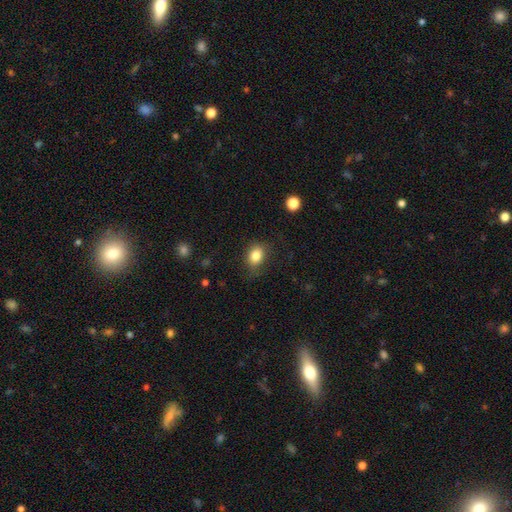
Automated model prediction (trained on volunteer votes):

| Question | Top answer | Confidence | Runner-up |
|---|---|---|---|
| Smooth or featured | smooth | 83% | star or artifact (10%) |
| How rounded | in between | 66% | round (33%) |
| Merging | none | 74% | minor disturbance (19%) |